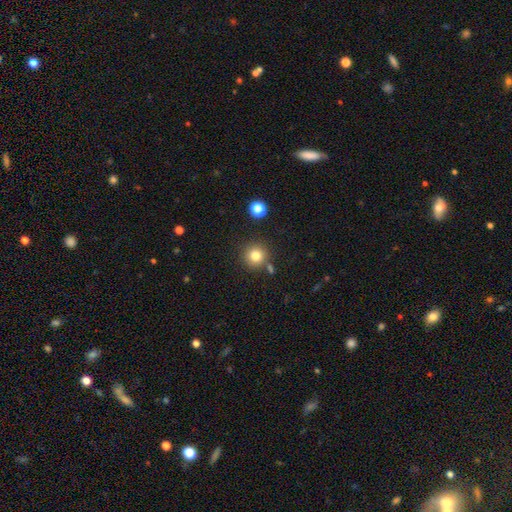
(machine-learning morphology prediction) smooth_or_featured: smooth (p=0.80) [alt: star or artifact p=0.13]
how_rounded: round (p=0.94) [alt: in between p=0.05]
merging: none (p=0.82) [alt: minor disturbance p=0.08]